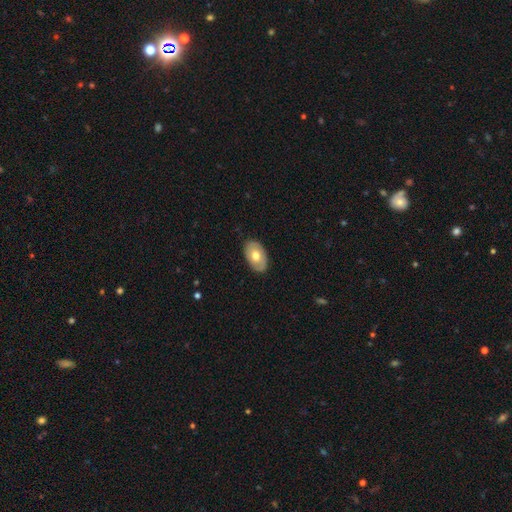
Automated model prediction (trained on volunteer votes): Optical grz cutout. It shows a smooth galaxy with no disk features (61%) that is in between round and cigar-shaped (90%). Merging: none (85%).